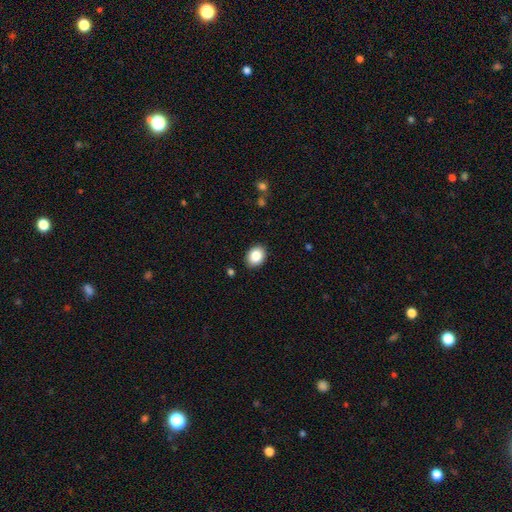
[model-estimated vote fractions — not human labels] Overall: smooth (86%). How rounded: in between (63%; round 36%). Merging: none (89%).